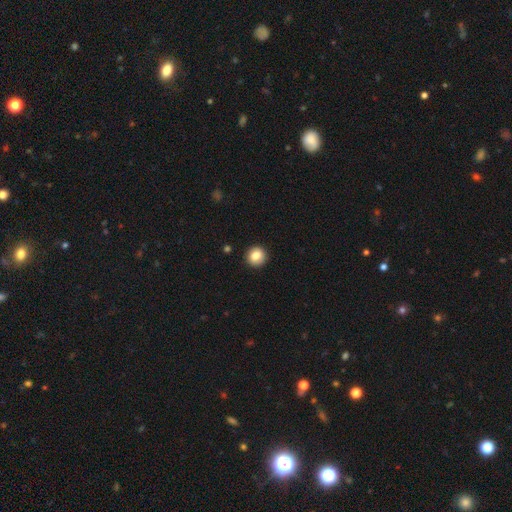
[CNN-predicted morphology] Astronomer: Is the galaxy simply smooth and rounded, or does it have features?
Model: smooth — 81%.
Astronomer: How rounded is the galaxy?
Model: round — 92%.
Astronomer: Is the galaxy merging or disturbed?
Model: none — 91%.